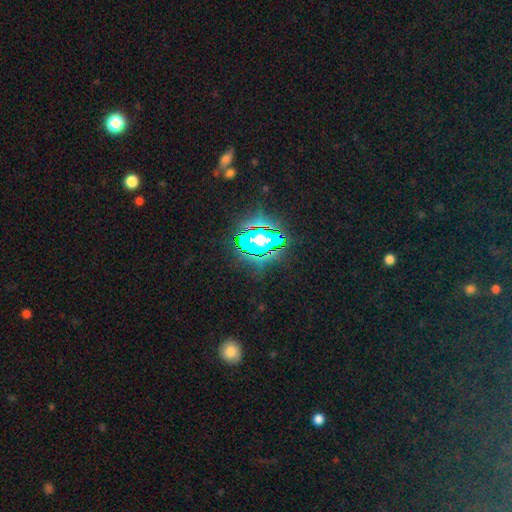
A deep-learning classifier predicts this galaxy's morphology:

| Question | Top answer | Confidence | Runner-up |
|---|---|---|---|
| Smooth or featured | star or artifact | 83% | smooth (10%) |